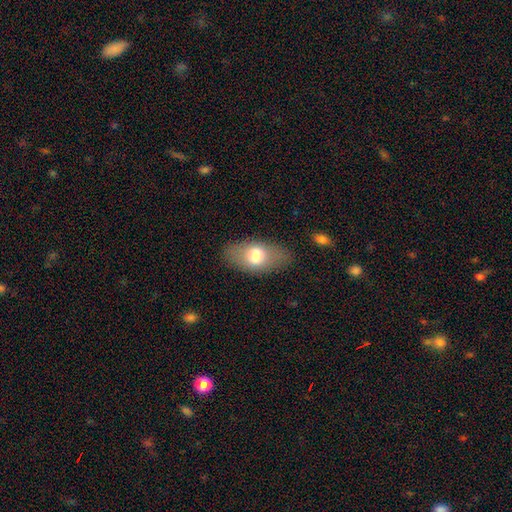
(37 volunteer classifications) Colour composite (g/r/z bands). It shows a smooth galaxy with no disk features (76%) that is in between round and cigar-shaped (89%). Merging: none (89%).